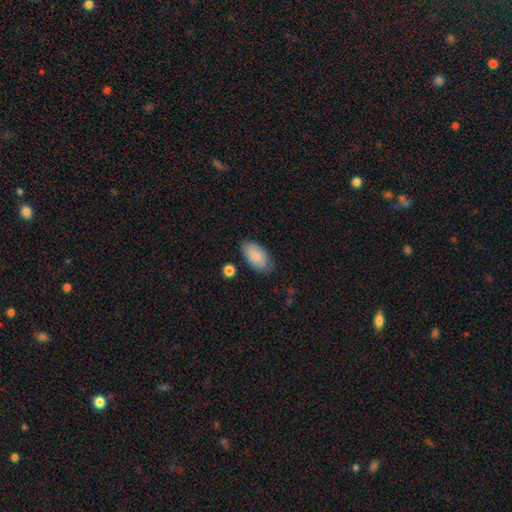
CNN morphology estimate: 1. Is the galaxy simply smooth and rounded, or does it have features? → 86% smooth, 8% featured or disk, 6% star or artifact.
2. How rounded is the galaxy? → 94% in between, 3% cigar-shaped, 3% round.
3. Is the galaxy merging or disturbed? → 78% none, 16% minor disturbance, 3% major disturbance, 2% merger.